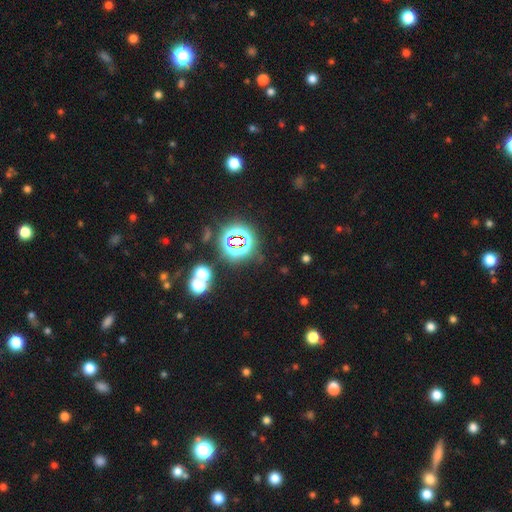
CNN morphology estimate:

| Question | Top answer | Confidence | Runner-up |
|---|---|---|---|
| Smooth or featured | star or artifact | 80% | smooth (13%) |